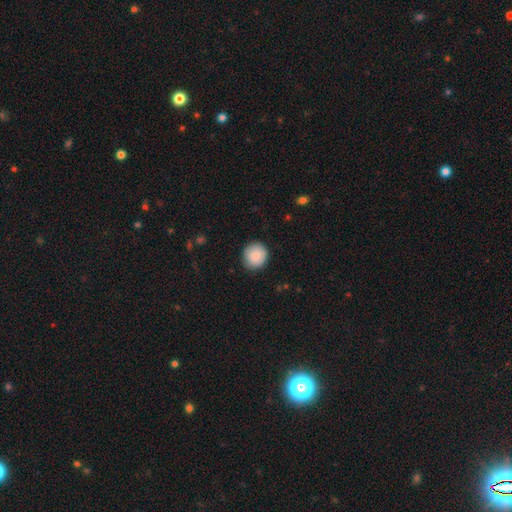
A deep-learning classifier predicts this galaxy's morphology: smooth-or-featured: smooth: 88% | star or artifact: 7% | featured or disk: 6%
  how-rounded: round: 92% | in between: 7% | cigar-shaped: 1%
  merging: none: 88% | minor disturbance: 9% | major disturbance: 2% | merger: 1%